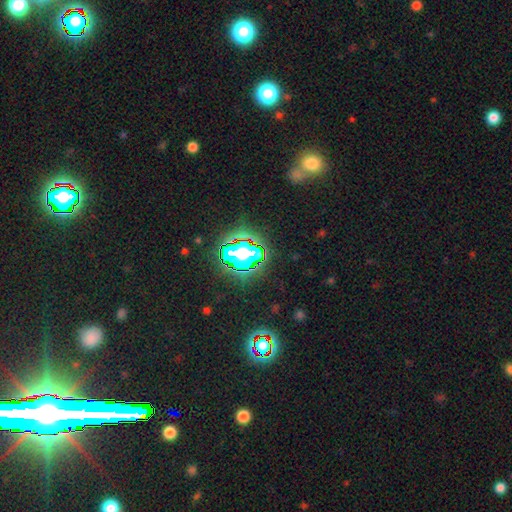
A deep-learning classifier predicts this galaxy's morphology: smooth-or-featured: star or artifact: 73% | smooth: 17% | featured or disk: 10%